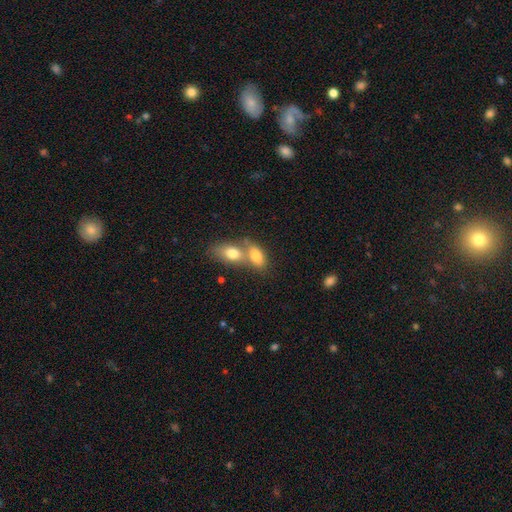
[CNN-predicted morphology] Smooth or featured? Predicted: smooth (p=0.78). How rounded? Predicted: in between (p=0.87). Merging? Predicted: merger (p=0.62).